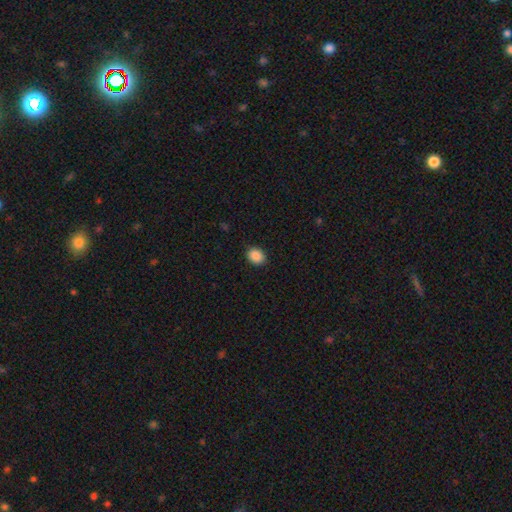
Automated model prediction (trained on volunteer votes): The model was most divided on "how rounded": round: 52%, in between: 47%, cigar-shaped: 1%. More confident: merging — none (89%); smooth or featured — smooth (89%).